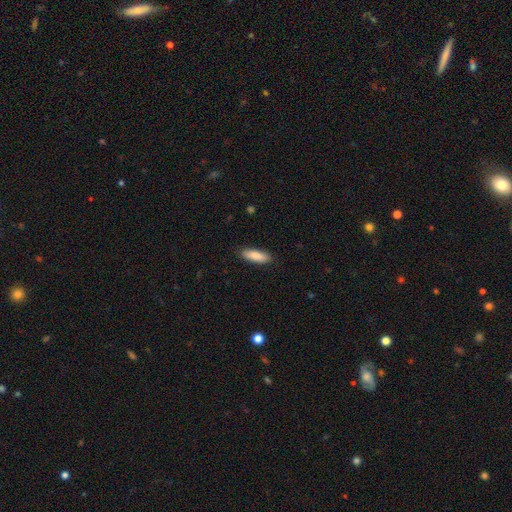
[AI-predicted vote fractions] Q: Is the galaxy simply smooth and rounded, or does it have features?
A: smooth — 86%.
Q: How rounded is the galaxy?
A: in between — 53%.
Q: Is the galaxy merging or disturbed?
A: none — 88%.